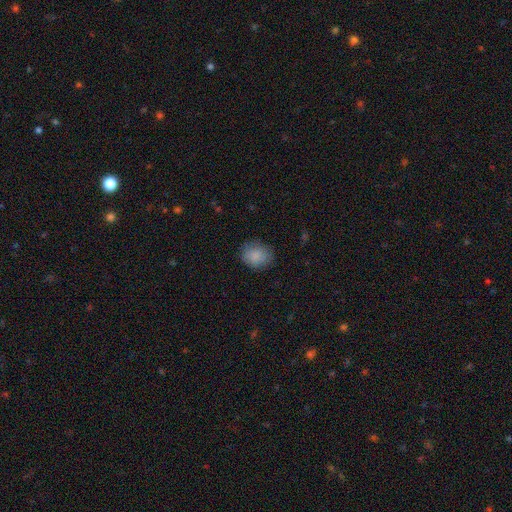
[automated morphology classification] A smooth galaxy with no disk features (87%) that is round (66%).

Vote fractions:
- Smooth or featured? smooth: 87% / star or artifact: 8% / featured or disk: 5%
- How rounded? round: 66% / in between: 33% / cigar-shaped: 1%
- Merging? none: 81% / minor disturbance: 15% / major disturbance: 4% / merger: 1%